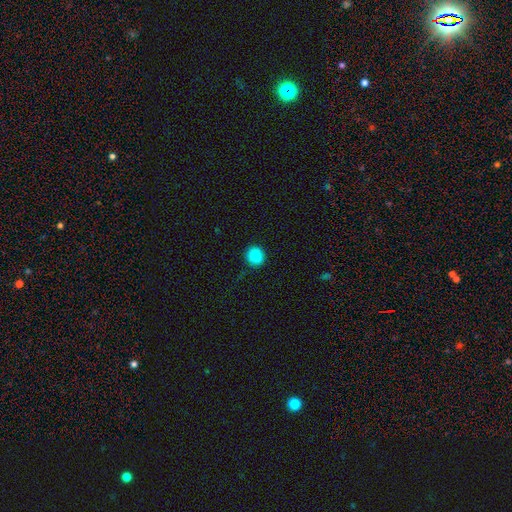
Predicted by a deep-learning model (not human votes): Overall: smooth (87%). How rounded: round (81%). Merging: none (88%).